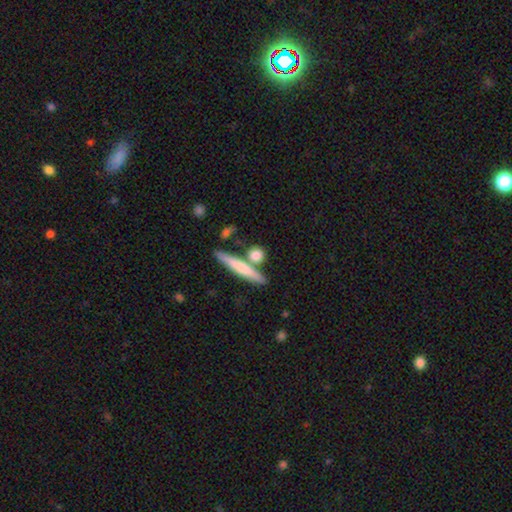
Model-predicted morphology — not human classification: Smooth or featured?
  - smooth: 75% *
  - featured or disk: 18%
  - star or artifact: 6%
How rounded?
  - round: 46% *
  - cigar-shaped: 37%
  - in between: 17%
Merging?
  - none: 68% *
  - merger: 17%
  - minor disturbance: 11%
  - major disturbance: 4%